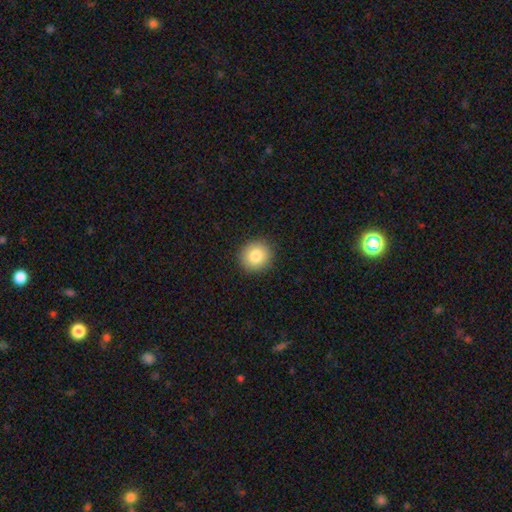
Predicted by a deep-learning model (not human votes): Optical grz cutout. It shows a smooth galaxy with no disk features (83%) that is round (89%). Merging: none (91%).